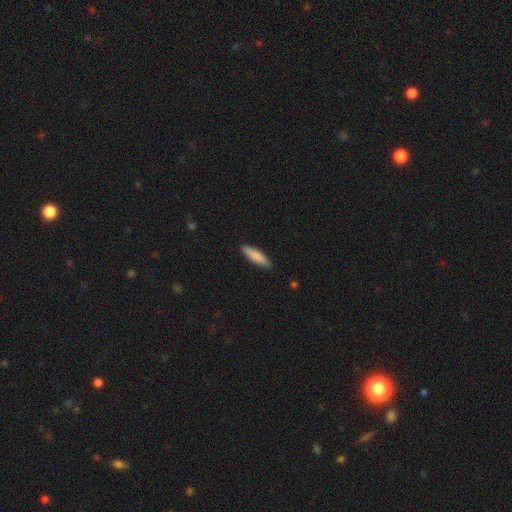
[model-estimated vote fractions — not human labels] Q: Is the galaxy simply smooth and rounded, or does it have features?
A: smooth — 85%.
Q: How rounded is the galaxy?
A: cigar-shaped — 72%.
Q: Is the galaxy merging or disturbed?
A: none — 89%.